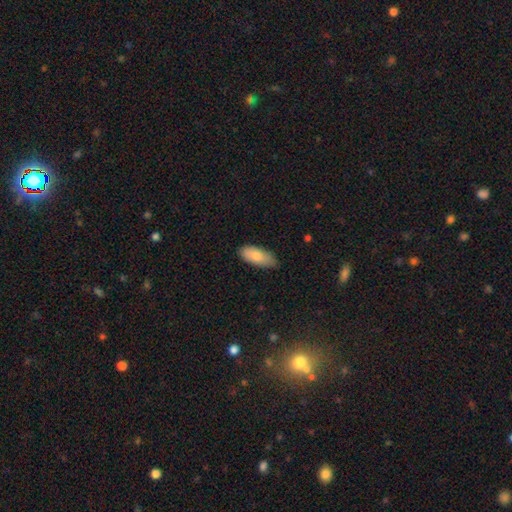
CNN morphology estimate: Overall: smooth (81%). How rounded: in between (87%). Merging: none (78%).